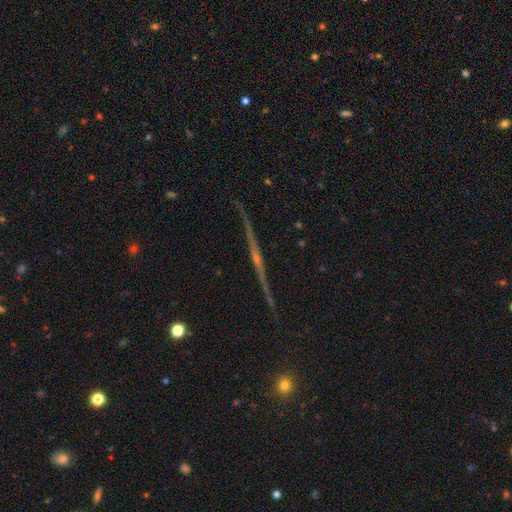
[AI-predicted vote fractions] smooth-or-featured: featured or disk: 80% | star or artifact: 13% | smooth: 7%
  disk-edge-on: yes: 97% | no: 3%
    edge-on-bulge: rounded: 76% | none: 16% | boxy: 7%
  merging: none: 88% | minor disturbance: 8% | major disturbance: 2% | merger: 2%